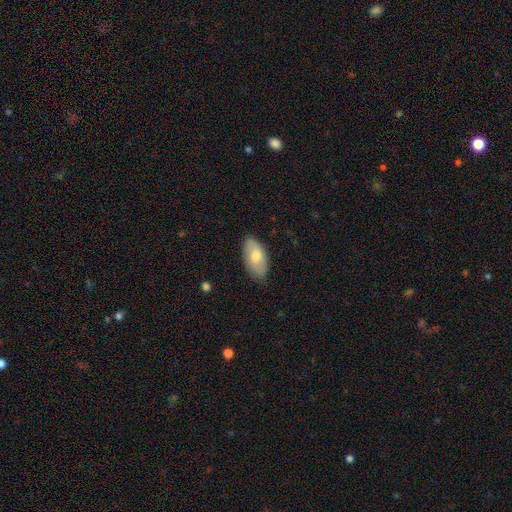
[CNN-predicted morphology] A smooth galaxy with no disk features (67%) that is in between round and cigar-shaped (94%).

Vote fractions:
- Smooth or featured? smooth: 67% / featured or disk: 27% / star or artifact: 6%
- How rounded? in between: 94% / cigar-shaped: 3% / round: 3%
- Merging? none: 82% / minor disturbance: 14% / major disturbance: 3% / merger: 1%